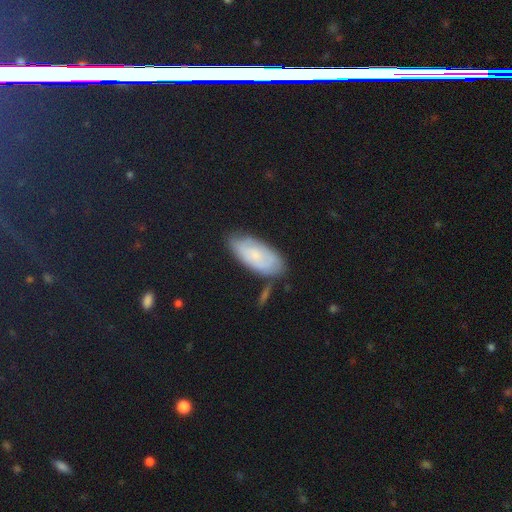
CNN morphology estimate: Smooth or featured?
  - smooth: 53% *
  - featured or disk: 38%
  - star or artifact: 9%
How rounded?
  - in between: 88% *
  - cigar-shaped: 10%
  - round: 2%
Merging?
  - none: 70% *
  - minor disturbance: 21%
  - major disturbance: 5%
  - merger: 5%